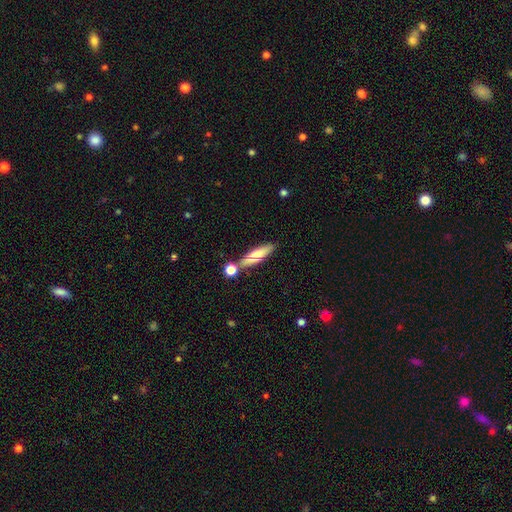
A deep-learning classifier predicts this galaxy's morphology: Overall: smooth (60%; featured or disk 32%). How rounded: cigar-shaped (73%). Merging: none (69%).